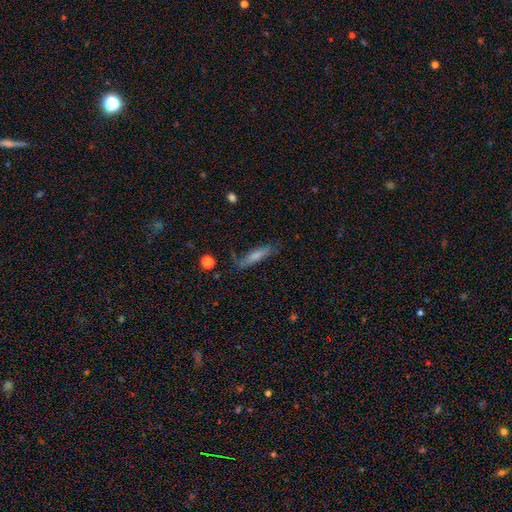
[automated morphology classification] smooth-or-featured: smooth: 67% | featured or disk: 26% | star or artifact: 7%
  how-rounded: cigar-shaped: 81% | in between: 17% | round: 2%
  merging: none: 75% | minor disturbance: 18% | major disturbance: 5% | merger: 2%